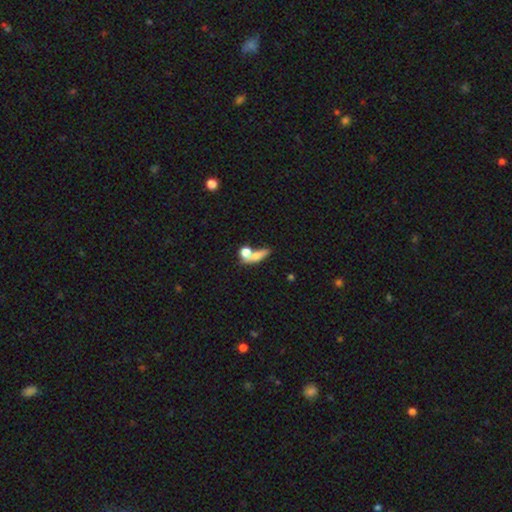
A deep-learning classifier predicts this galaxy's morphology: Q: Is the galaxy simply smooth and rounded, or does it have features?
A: smooth — 64%.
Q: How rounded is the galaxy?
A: in between — 41%.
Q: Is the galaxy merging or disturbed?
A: merger — 41%.